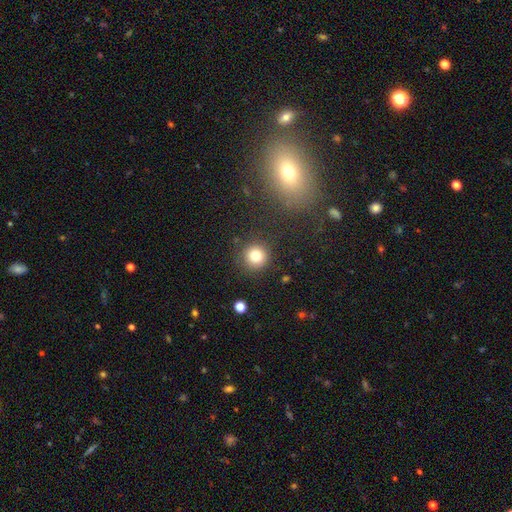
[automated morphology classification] Q: Smooth or featured?
A: smooth (81%); runner-up: star or artifact (12%)
Q: How rounded?
A: round (93%); runner-up: in between (6%)
Q: Merging?
A: none (87%); runner-up: minor disturbance (8%)